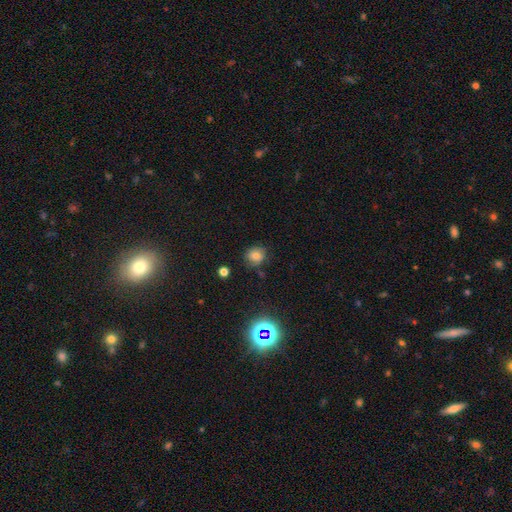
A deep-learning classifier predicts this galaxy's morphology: This appears to be a smooth galaxy with no disk features (74%) that is round (76%). Merging: none (75%).